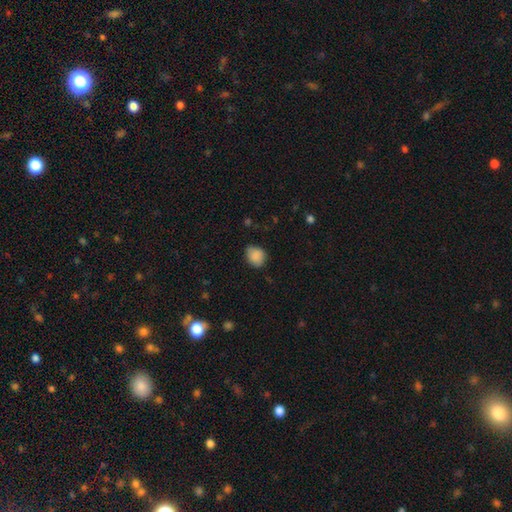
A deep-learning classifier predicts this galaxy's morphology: This is clearly a smooth galaxy (87%). How rounded: possibly round (60%). Merging: likely none (72%).